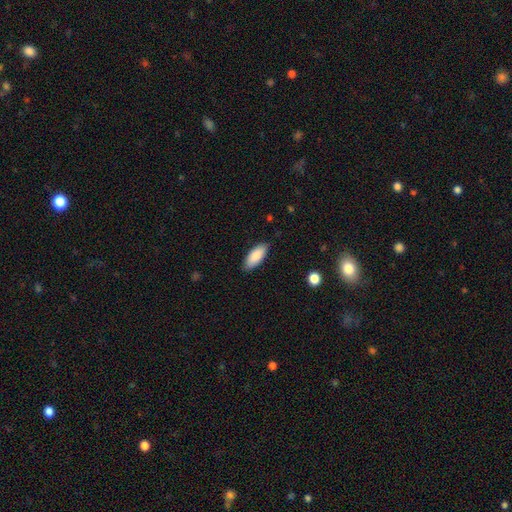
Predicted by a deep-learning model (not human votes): smooth_or_featured: smooth (p=0.86) [alt: featured or disk p=0.08]
how_rounded: in between (p=0.81) [alt: cigar-shaped p=0.17]
merging: none (p=0.86) [alt: minor disturbance p=0.11]